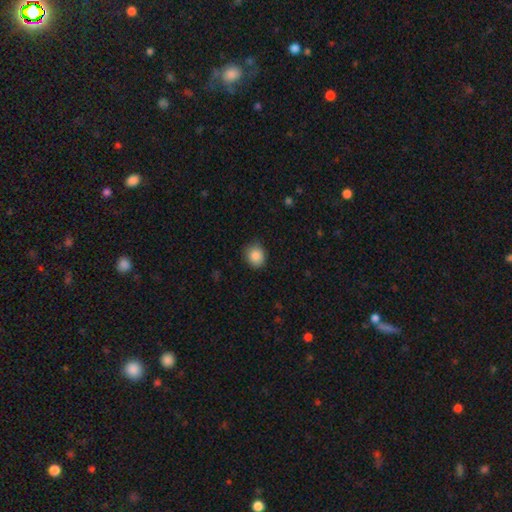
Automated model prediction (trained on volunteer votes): Morphology: type=smooth (87%); roundness=round (77%); merging=none (83%).